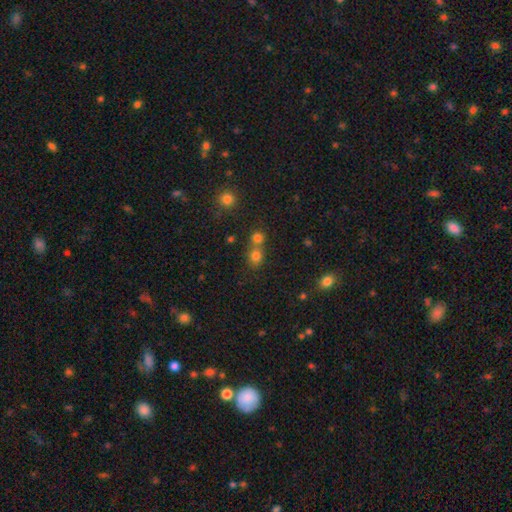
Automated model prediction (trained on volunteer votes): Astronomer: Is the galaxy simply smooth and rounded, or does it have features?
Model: smooth — 75%.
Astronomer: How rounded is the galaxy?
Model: round — 75%.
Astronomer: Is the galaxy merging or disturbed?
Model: merger — 45%, tied with none at 45%.